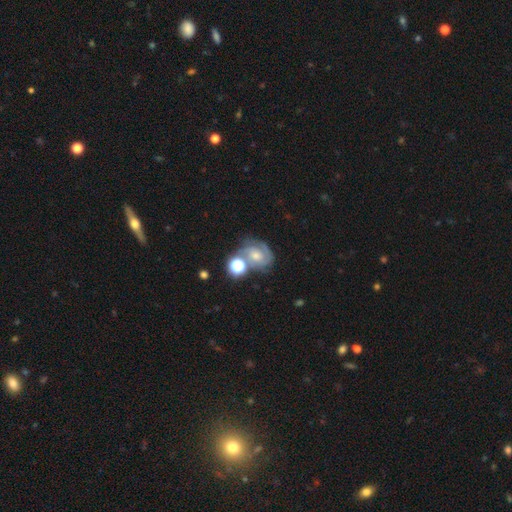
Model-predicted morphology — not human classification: featured or disk 69%, smooth 20%, star or artifact 12%. Down the decision tree: edge-on disk — no (97%); bar — no (62%); spiral arms — yes (91%); spiral arm count — 2 (53%); spiral winding — tight (51%); bulge size — moderate (49%); merging — none (50%).